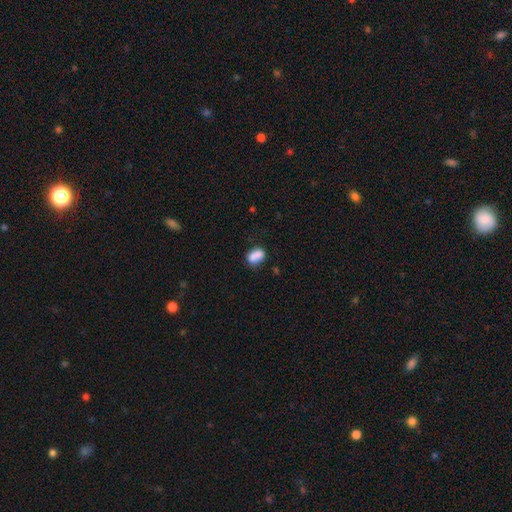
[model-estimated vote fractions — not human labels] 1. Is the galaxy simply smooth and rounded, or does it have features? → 86% smooth, 9% star or artifact, 6% featured or disk.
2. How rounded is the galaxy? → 82% in between, 15% round, 3% cigar-shaped.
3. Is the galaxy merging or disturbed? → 65% none, 24% minor disturbance, 6% major disturbance, 5% merger.